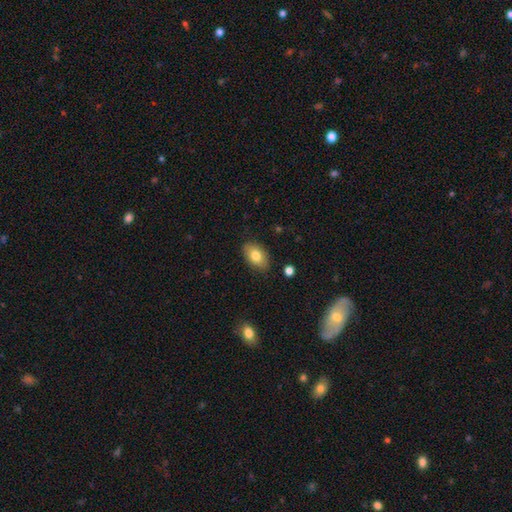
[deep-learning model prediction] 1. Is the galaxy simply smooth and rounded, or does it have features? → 80% smooth, 13% featured or disk, 7% star or artifact.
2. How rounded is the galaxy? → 89% in between, 10% round, 1% cigar-shaped.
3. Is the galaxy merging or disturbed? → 86% none, 11% minor disturbance, 2% major disturbance, 1% merger.